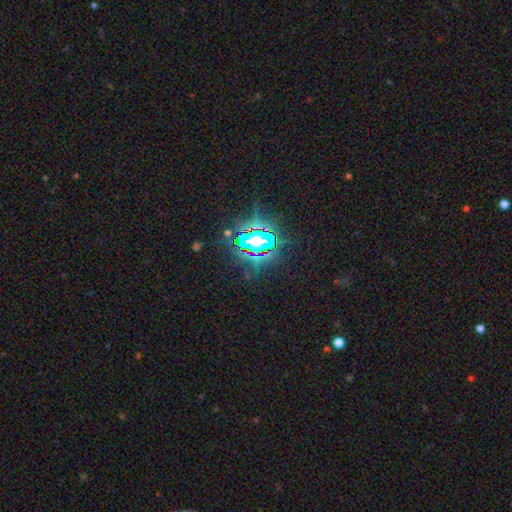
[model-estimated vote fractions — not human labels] Q: Smooth or featured?
A: star or artifact (79%); runner-up: smooth (13%)